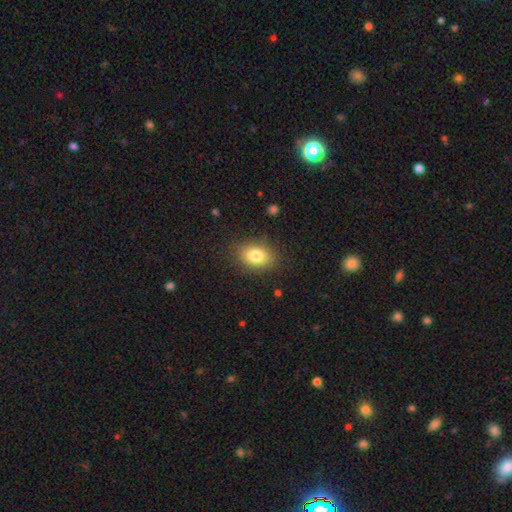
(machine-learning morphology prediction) The model was most divided on "how rounded": in between: 78%, round: 21%, cigar-shaped: 1%. More confident: merging — none (84%); smooth or featured — smooth (82%).